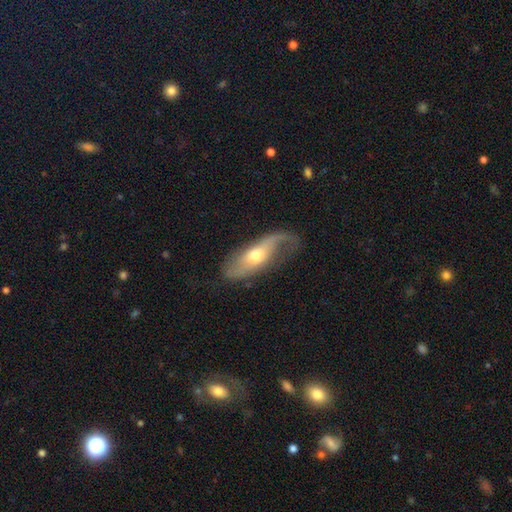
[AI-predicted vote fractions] A featured or disk galaxy (66%) with no bar (61%), spiral arms (82%) and a moderate central bulge (67%).

Vote fractions:
- Smooth or featured? featured or disk: 66% / smooth: 28% / star or artifact: 6%
- Edge-on disk? no: 82% / yes: 18%
- Bar? no: 61% / weak: 27% / strong: 13%
- Spiral arms? yes: 82% / no: 18%
- Bulge size? moderate: 67% / small: 23% / large: 7% / dominant: 1% / none: 1%
- Merging? none: 54% / minor disturbance: 24% / major disturbance: 20% / merger: 2%